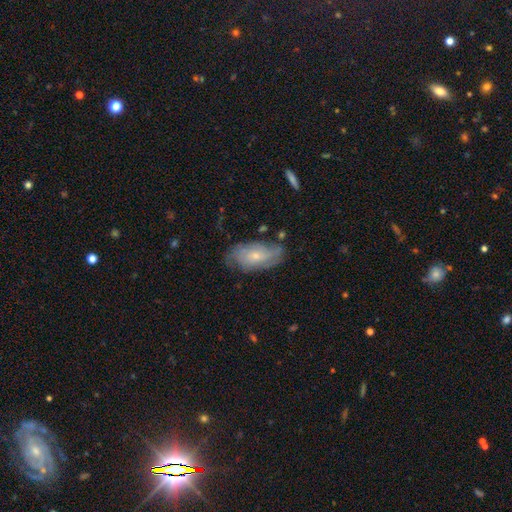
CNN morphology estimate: Smooth or featured? Predicted: featured or disk (p=0.58). Edge-on disk? Predicted: no (p=0.92). Bar? Predicted: no (p=0.72). Spiral arms? Predicted: yes (p=0.80). Bulge size? Predicted: small (p=0.67). Merging? Predicted: none (p=0.64).